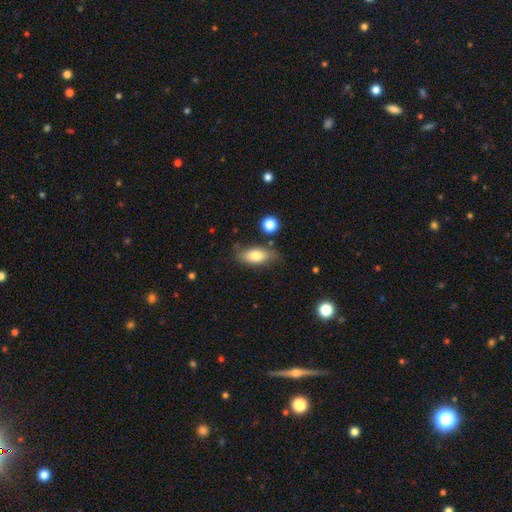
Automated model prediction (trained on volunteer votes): smooth-or-featured: smooth: 77% | featured or disk: 16% | star or artifact: 7%
  how-rounded: in between: 81% | cigar-shaped: 15% | round: 4%
  merging: none: 74% | minor disturbance: 17% | merger: 5% | major disturbance: 4%